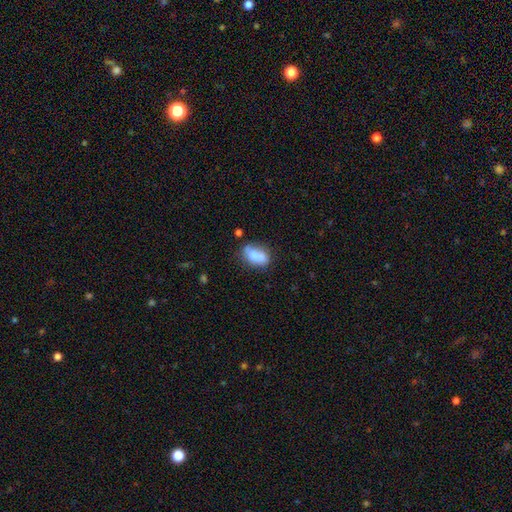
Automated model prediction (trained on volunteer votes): A smooth galaxy with no disk features (77%) that is in between round and cigar-shaped (88%).

Vote fractions:
- Smooth or featured? smooth: 77% / featured or disk: 15% / star or artifact: 8%
- How rounded? in between: 88% / round: 8% / cigar-shaped: 5%
- Merging? none: 55% / minor disturbance: 25% / merger: 12% / major disturbance: 8%